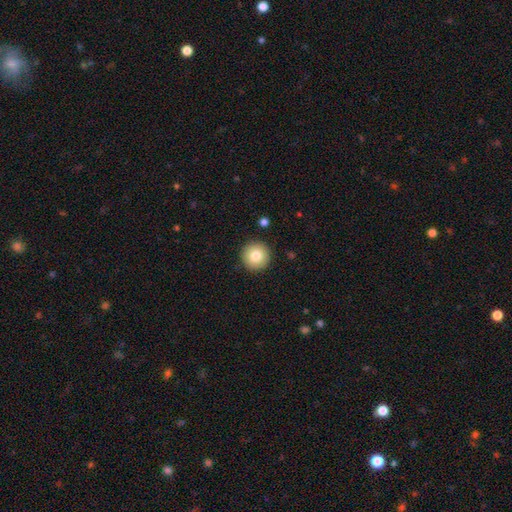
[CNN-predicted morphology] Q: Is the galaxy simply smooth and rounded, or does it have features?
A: smooth — 81%.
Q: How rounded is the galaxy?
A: round — 96%.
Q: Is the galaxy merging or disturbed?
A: none — 92%.